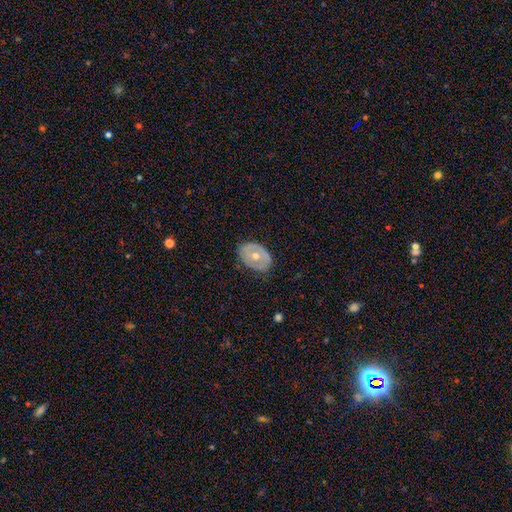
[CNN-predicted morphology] Smooth or featured? featured or disk (50%)
Edge-on disk? no (91%)
Merging? none (80%)